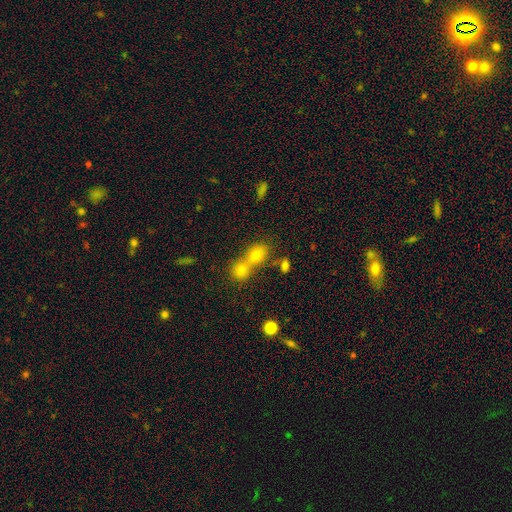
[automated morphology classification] A smooth galaxy with no disk features (54%) that is round (58%). Merging: merger (47%).